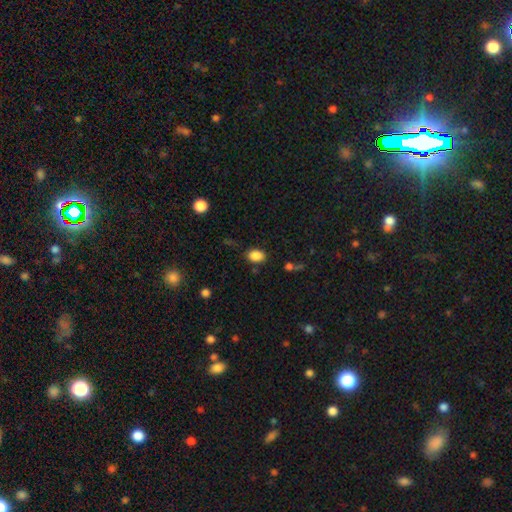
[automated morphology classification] Overall: smooth (87%). How rounded: in between (80%). Merging: none (80%).